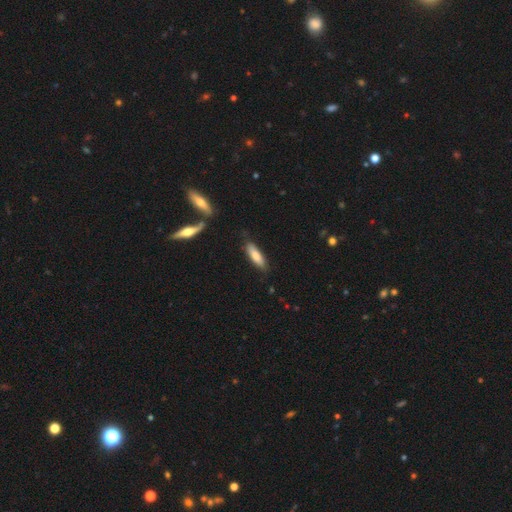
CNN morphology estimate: smooth_or_featured: smooth (p=0.79) [alt: featured or disk p=0.15]
how_rounded: cigar-shaped (p=0.56) [alt: in between p=0.42]
merging: none (p=0.80) [alt: minor disturbance p=0.14]